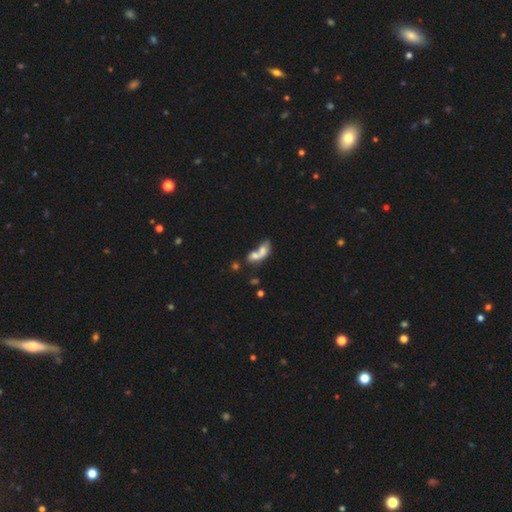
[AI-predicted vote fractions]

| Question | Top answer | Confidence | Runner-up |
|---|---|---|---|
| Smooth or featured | smooth | 64% | featured or disk (26%) |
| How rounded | in between | 70% | round (19%) |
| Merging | merger | 70% | none (15%) |